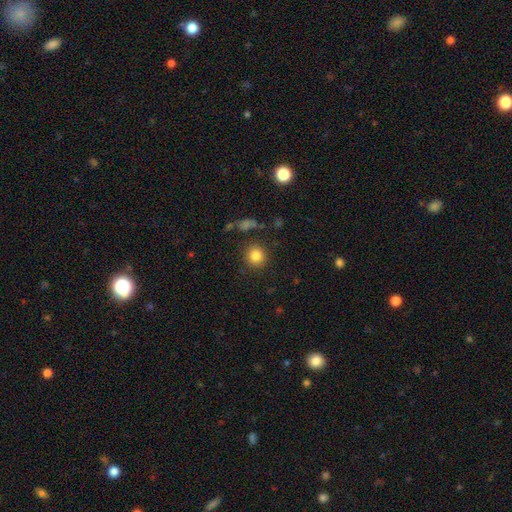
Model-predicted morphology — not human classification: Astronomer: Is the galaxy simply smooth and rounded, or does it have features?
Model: smooth — 83%.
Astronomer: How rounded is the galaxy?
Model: round — 91%.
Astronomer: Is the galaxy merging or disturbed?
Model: none — 86%.